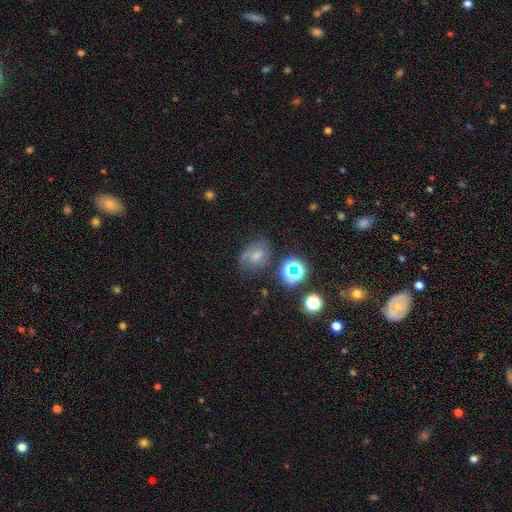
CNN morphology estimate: type=smooth (47%); merging=none (54%).